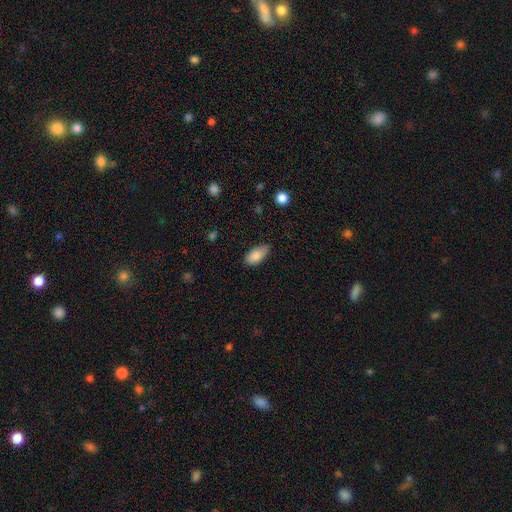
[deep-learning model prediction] Morphology: type=smooth (86%); roundness=in between (91%); merging=none (67%).